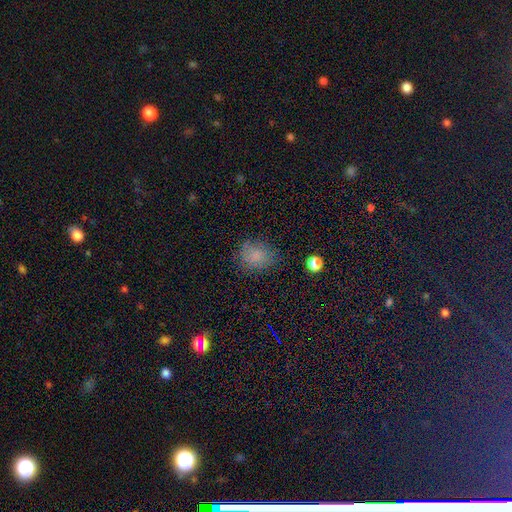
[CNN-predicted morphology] A smooth galaxy with no disk features (77%) that is round (55%).

Vote fractions:
- Smooth or featured? smooth: 77% / star or artifact: 15% / featured or disk: 8%
- How rounded? round: 55% / in between: 44% / cigar-shaped: 1%
- Merging? none: 72% / minor disturbance: 20% / major disturbance: 6% / merger: 2%